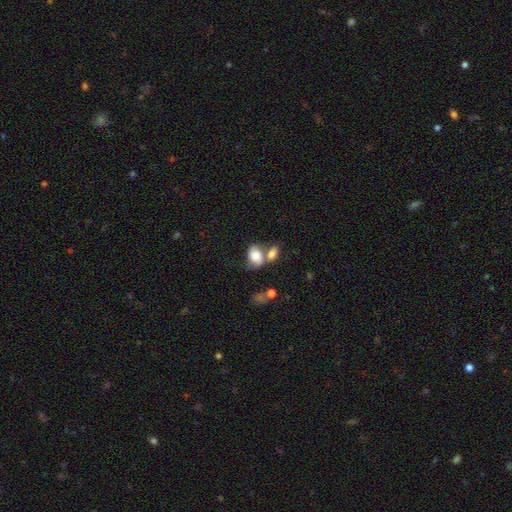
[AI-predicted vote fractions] A smooth galaxy with no disk features (73%) that is in between round and cigar-shaped (77%).

Vote fractions:
- Smooth or featured? smooth: 73% / featured or disk: 19% / star or artifact: 8%
- How rounded? in between: 77% / round: 21% / cigar-shaped: 2%
- Merging? merger: 48% / none: 28% / minor disturbance: 15% / major disturbance: 9%